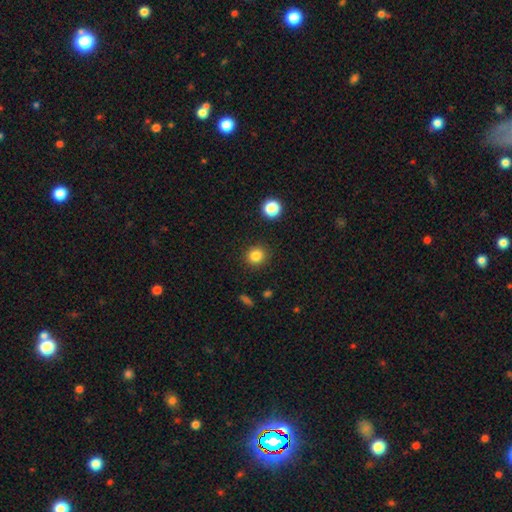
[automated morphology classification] The model was most divided on "smooth or featured": smooth: 84%, star or artifact: 11%, featured or disk: 5%. More confident: merging — none (90%); how rounded — round (90%).